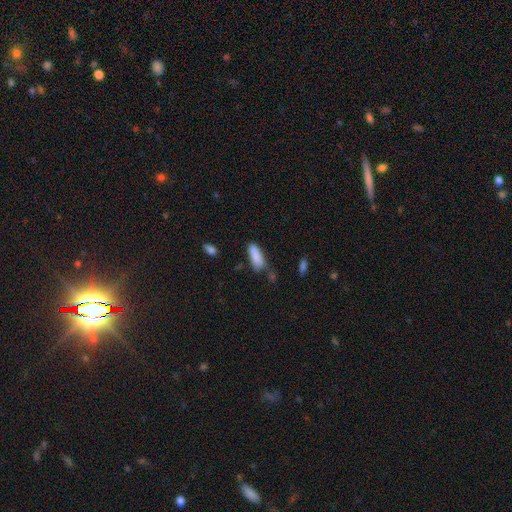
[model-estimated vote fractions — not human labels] Smooth or featured? Predicted: smooth (p=0.88). How rounded? Predicted: in between (p=0.63). Merging? Predicted: none (p=0.65).